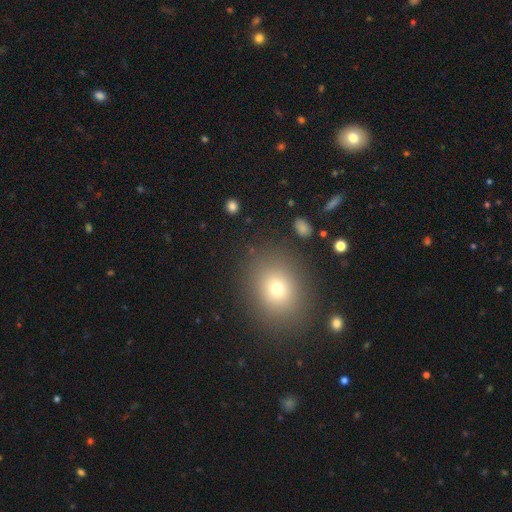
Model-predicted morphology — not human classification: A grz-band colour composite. It shows a smooth galaxy with no disk features (65%) that is round (55%). Merging: none (89%).